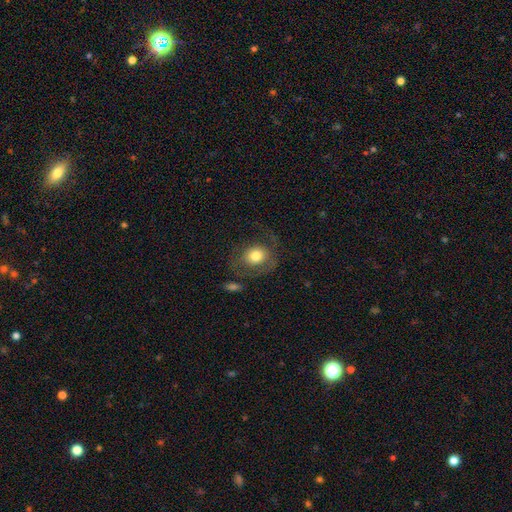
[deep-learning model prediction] Smooth or featured: smooth — 65% (featured or disk — 27%)
How rounded: round — 66% (in between — 33%)
Merging: none — 49% (major disturbance — 29%)